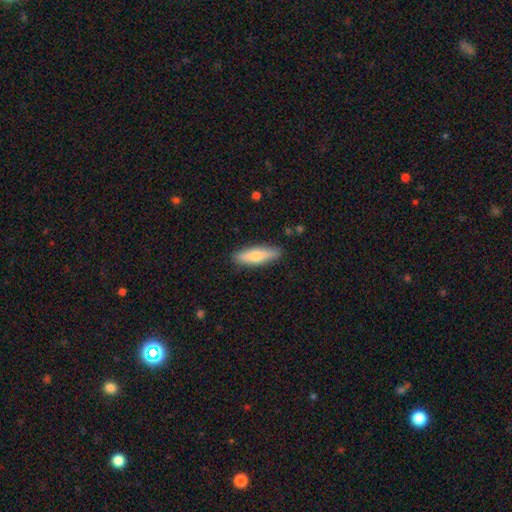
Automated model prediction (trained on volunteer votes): Overall: smooth (66%; featured or disk 28%). How rounded: cigar-shaped (62%; in between 36%). Merging: none (88%).